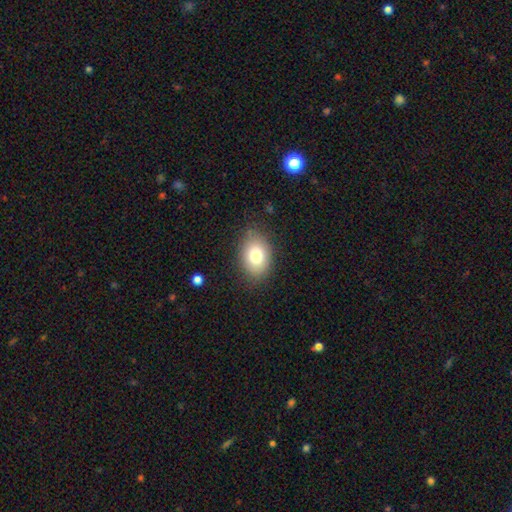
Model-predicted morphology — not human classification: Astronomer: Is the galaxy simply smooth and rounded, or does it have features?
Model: smooth — 78%.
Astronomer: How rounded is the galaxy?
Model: in between — 76%.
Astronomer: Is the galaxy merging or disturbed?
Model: none — 83%.